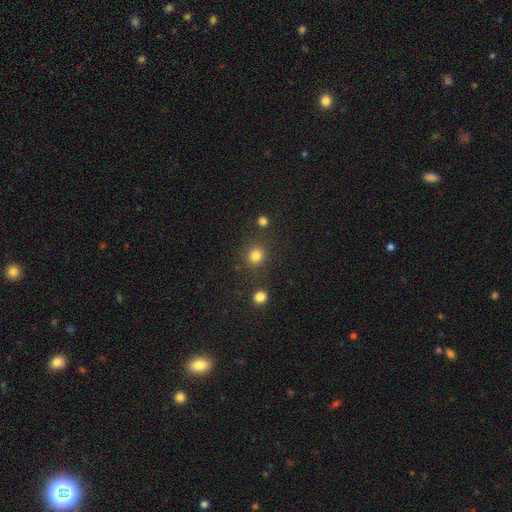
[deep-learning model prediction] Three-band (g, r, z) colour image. It shows a smooth galaxy with no disk features (82%) that is round (83%). Merging: none (82%).